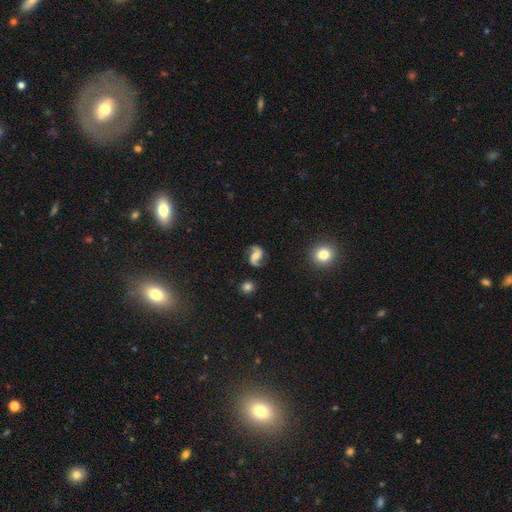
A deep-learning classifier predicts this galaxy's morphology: Smooth or featured? featured or disk (86%)
Edge-on disk? no (98%)
Bar? no (42%)
Spiral arms? yes (97%)
Spiral winding? loose (56%)
Spiral arm count? 2 (94%)
Bulge size? moderate (48%)
Merging? none (81%)